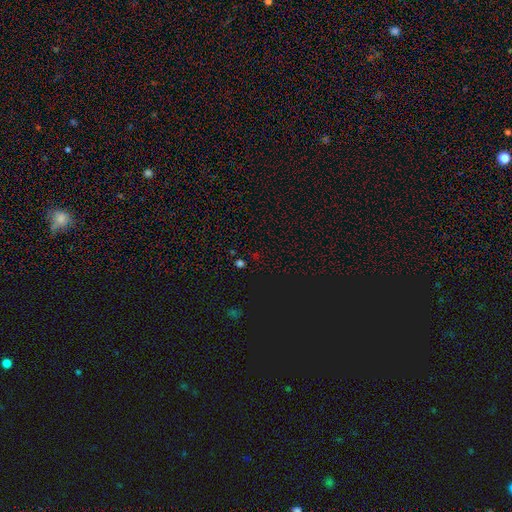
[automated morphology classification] Smooth or featured? Predicted: star or artifact (p=0.58).